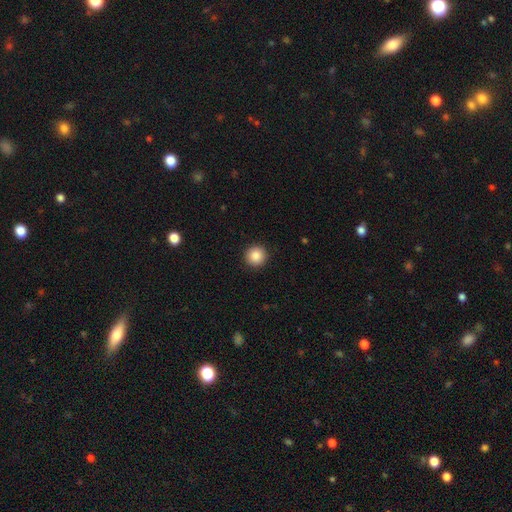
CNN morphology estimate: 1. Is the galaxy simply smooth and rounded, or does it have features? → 87% smooth, 9% star or artifact, 4% featured or disk.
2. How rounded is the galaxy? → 95% round, 4% in between, 1% cigar-shaped.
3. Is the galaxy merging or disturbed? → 93% none, 5% minor disturbance, 2% major disturbance, 1% merger.